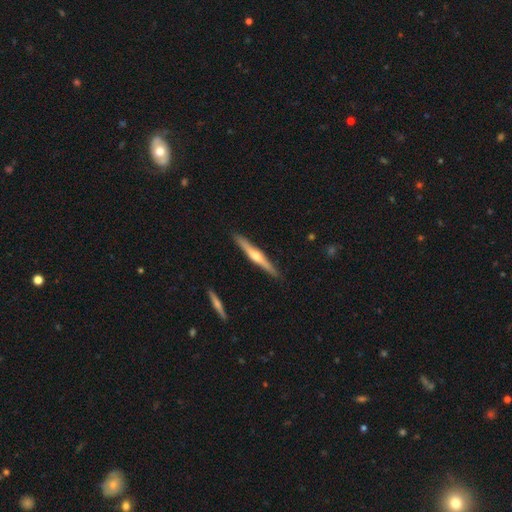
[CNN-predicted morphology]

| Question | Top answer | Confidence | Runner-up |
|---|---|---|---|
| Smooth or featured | featured or disk | 73% | smooth (22%) |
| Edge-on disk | yes | 98% | no (2%) |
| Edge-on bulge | rounded | 90% | none (6%) |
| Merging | none | 91% | minor disturbance (7%) |